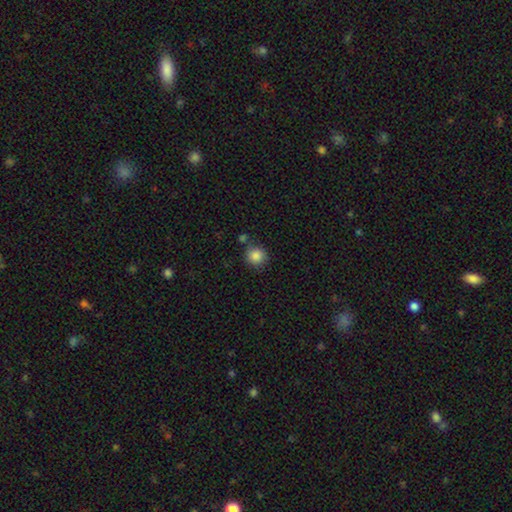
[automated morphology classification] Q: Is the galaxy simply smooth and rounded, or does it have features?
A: smooth — 87%.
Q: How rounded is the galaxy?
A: round — 91%.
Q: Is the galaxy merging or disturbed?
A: none — 77%.